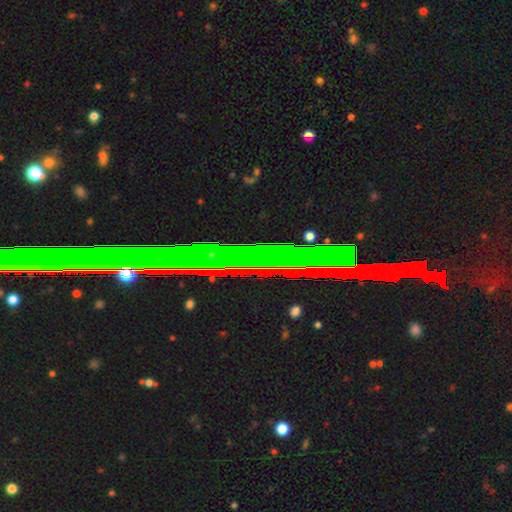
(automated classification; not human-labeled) Smooth or featured: star or artifact — 49% (featured or disk — 38%)